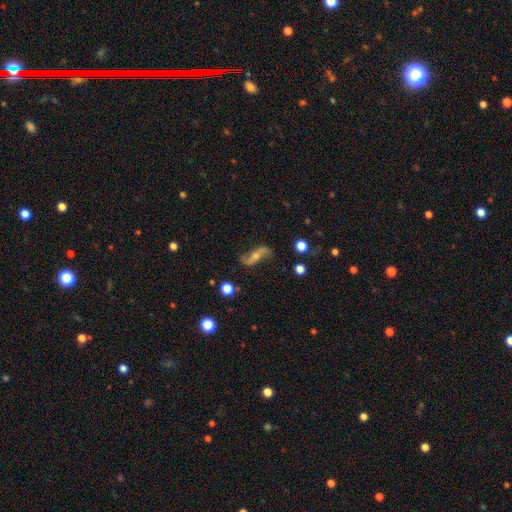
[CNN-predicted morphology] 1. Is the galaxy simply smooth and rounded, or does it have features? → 81% featured or disk, 11% smooth, 8% star or artifact.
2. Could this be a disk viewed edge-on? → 90% no, 10% yes.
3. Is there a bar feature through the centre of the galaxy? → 52% no, 30% weak, 17% strong.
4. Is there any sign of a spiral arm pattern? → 94% yes, 6% no.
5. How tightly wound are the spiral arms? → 85% loose, 10% medium, 4% tight.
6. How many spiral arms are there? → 93% 2, 2% can't tell, 2% 1, 1% 3, 1% 4, 1% more than 4.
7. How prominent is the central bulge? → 47% moderate, 44% small, 4% none, 3% large, 2% dominant.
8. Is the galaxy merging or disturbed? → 79% none, 13% minor disturbance, 6% major disturbance, 2% merger.